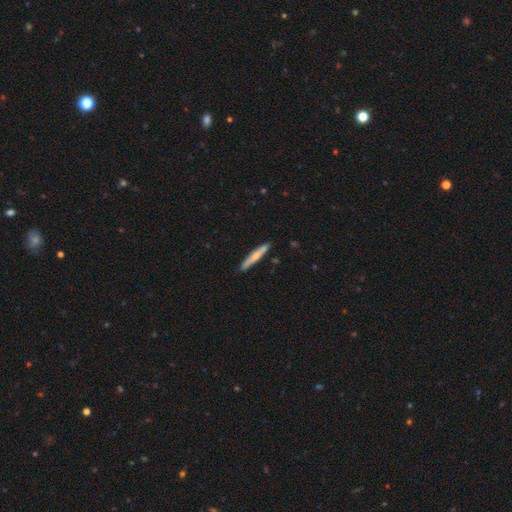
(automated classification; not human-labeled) Overall: smooth (63%; featured or disk 32%). How rounded: cigar-shaped (95%). Merging: none (88%).